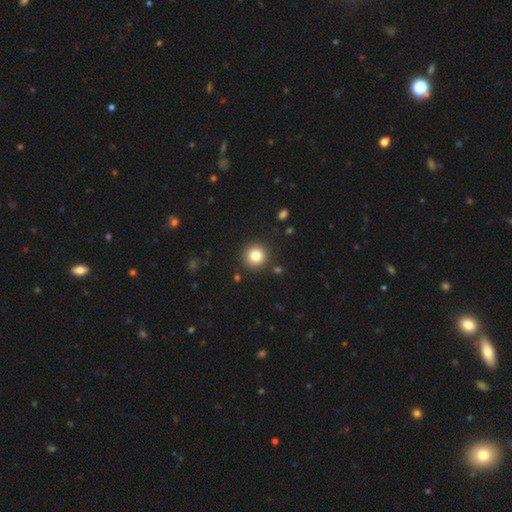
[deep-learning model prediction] smooth 81%, star or artifact 12%, featured or disk 7%. Down the decision tree: how rounded — round (94%); merging — none (90%).